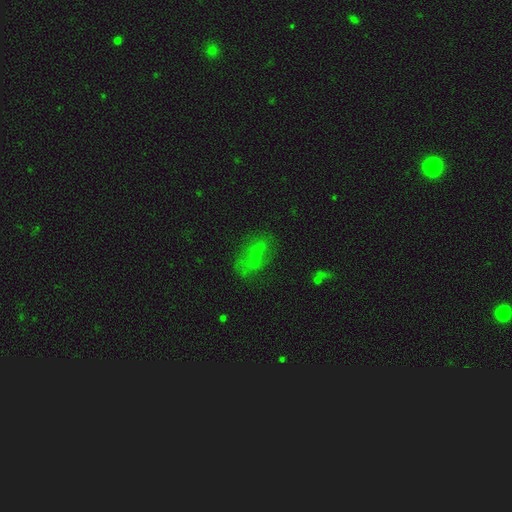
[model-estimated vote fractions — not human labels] Morphology: type=smooth (52%); roundness=in between (74%); merging=none (60%).